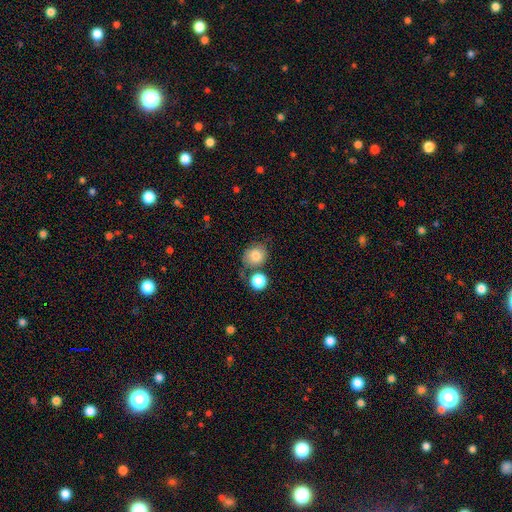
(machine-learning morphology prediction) This appears to be a smooth galaxy with no disk features (78%) that is round (68%). Merging: none (57%).